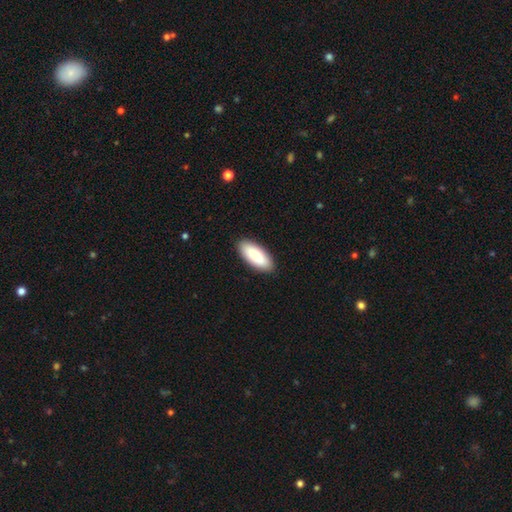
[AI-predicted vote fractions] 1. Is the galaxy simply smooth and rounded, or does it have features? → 85% smooth, 10% featured or disk, 5% star or artifact.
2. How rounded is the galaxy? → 82% in between, 16% cigar-shaped, 2% round.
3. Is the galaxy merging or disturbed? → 90% none, 8% minor disturbance, 2% major disturbance, 1% merger.